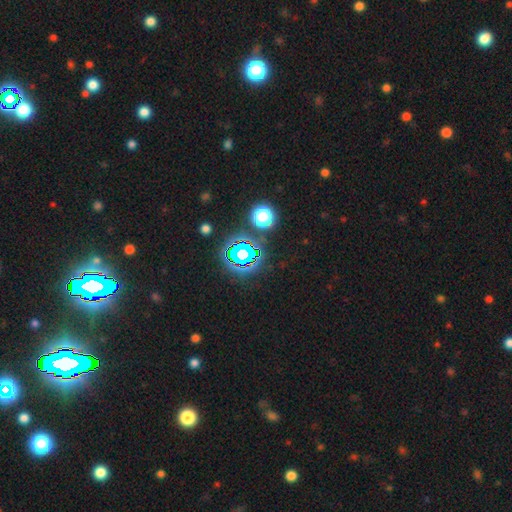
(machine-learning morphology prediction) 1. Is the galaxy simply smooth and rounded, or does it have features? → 82% star or artifact, 12% smooth, 7% featured or disk.